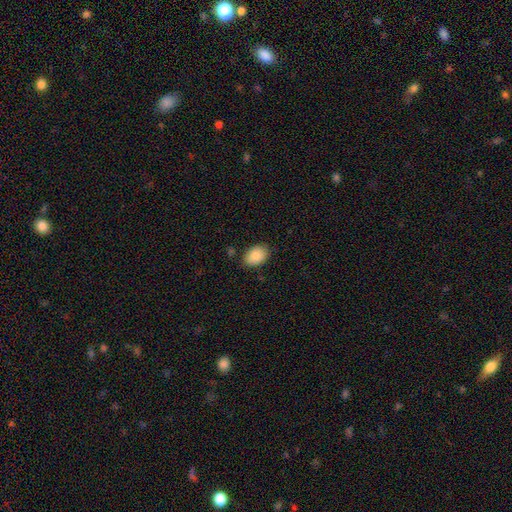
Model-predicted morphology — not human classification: A smooth galaxy with no disk features (88%) that is in between round and cigar-shaped (83%).

Vote fractions:
- Smooth or featured? smooth: 88% / star or artifact: 7% / featured or disk: 6%
- How rounded? in between: 83% / round: 16% / cigar-shaped: 1%
- Merging? none: 82% / minor disturbance: 13% / major disturbance: 3% / merger: 2%